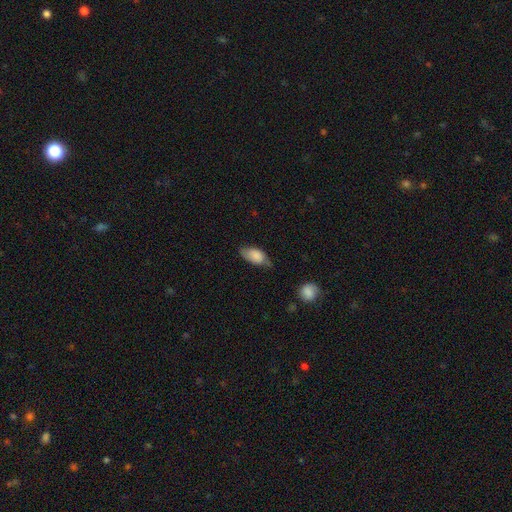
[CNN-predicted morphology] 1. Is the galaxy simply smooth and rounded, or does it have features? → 78% smooth, 14% featured or disk, 7% star or artifact.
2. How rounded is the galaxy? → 90% in between, 5% cigar-shaped, 4% round.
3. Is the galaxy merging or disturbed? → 51% none, 37% minor disturbance, 9% major disturbance, 3% merger.